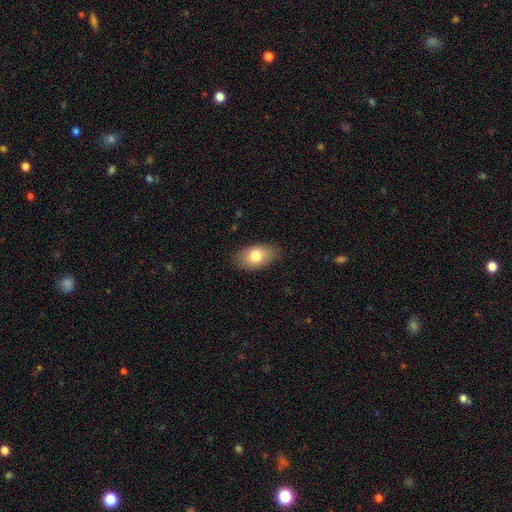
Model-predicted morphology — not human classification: This is likely a smooth galaxy (79%). How rounded: clearly in between (92%). Merging: clearly none (83%).